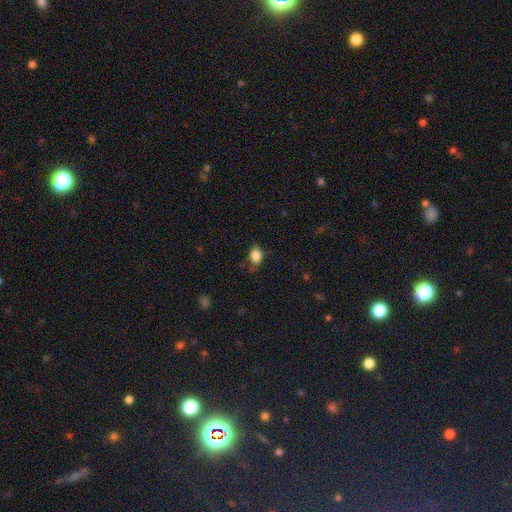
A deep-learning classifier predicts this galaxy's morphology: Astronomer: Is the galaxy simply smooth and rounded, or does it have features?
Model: smooth — 82%.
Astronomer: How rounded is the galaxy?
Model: in between — 72%.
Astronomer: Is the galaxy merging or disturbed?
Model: none — 56%.